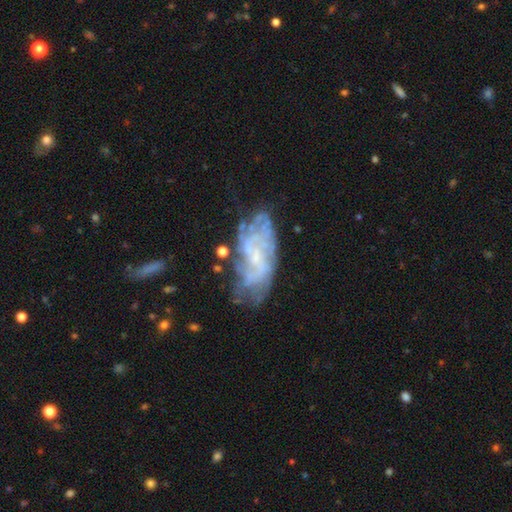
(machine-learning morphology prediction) Smooth or featured? Predicted: featured or disk (p=0.73). Edge-on disk? Predicted: no (p=0.94). Bar? Predicted: no (p=0.61). Spiral arms? Predicted: yes (p=0.71). Bulge size? Predicted: small (p=0.62). Merging? Predicted: none (p=0.53).